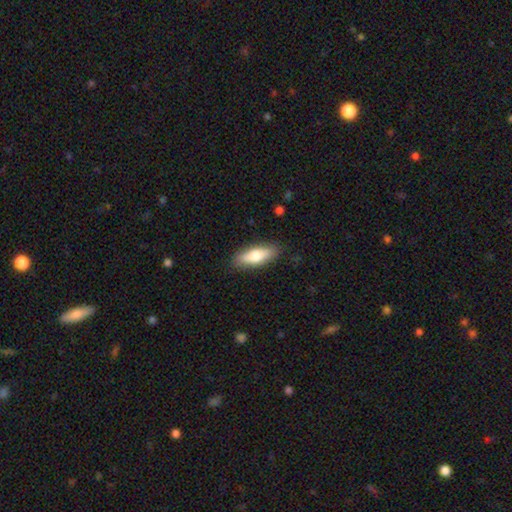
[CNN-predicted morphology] type=smooth (71%); roundness=in between (65%); merging=none (86%).